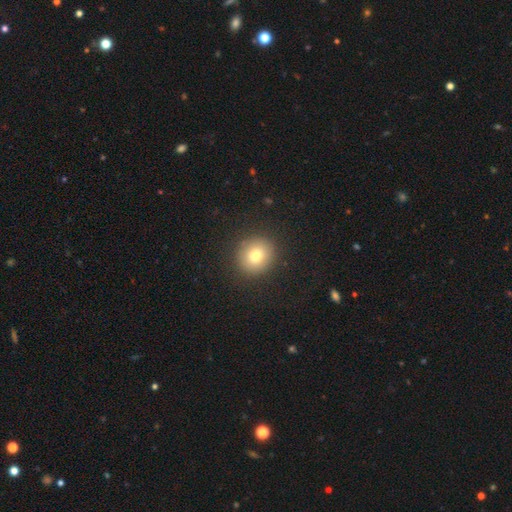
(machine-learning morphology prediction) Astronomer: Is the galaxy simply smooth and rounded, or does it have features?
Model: smooth — 77%.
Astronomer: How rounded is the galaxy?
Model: round — 87%.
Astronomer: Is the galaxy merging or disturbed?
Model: none — 90%.